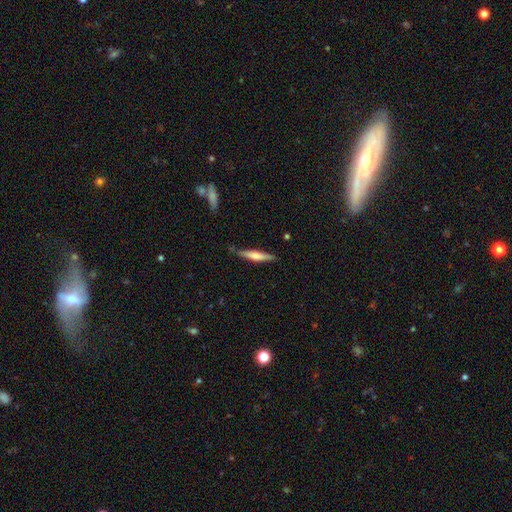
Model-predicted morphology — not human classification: A smooth galaxy with no disk features (48%). Merging: none (84%).